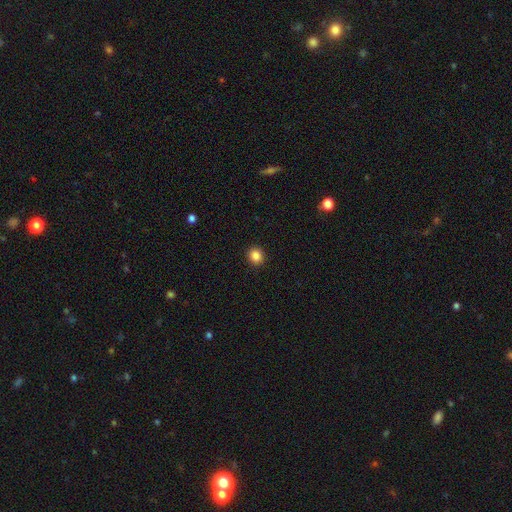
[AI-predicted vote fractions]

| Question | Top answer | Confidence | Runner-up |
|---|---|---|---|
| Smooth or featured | smooth | 86% | star or artifact (11%) |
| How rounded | round | 88% | in between (12%) |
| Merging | none | 93% | minor disturbance (5%) |